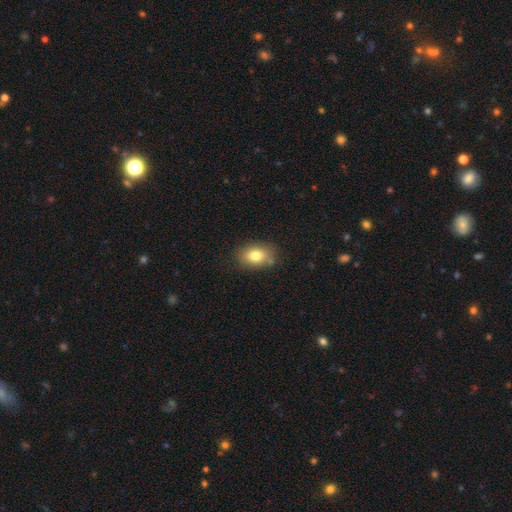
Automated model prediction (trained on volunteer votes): Morphology: type=smooth (79%); roundness=in between (76%); merging=none (78%).